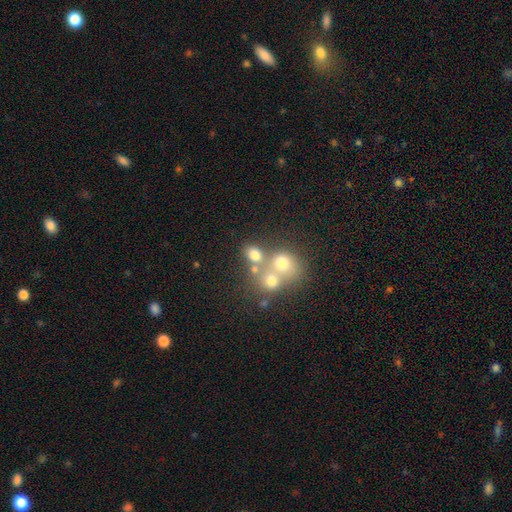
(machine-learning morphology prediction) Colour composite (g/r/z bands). It shows a smooth galaxy with no disk features (62%) that is round (67%). Merging: merger (47%).